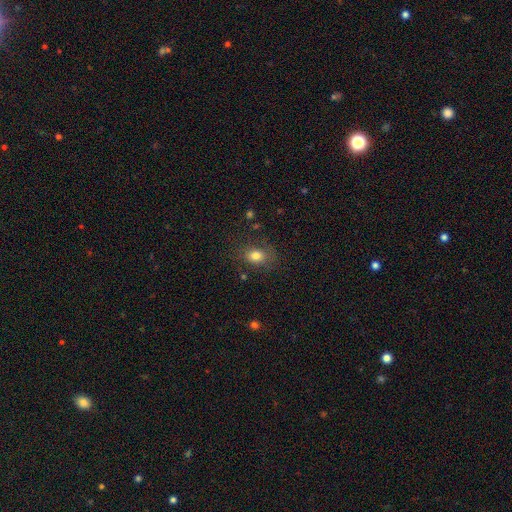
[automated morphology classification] smooth_or_featured: smooth (p=0.79) [alt: star or artifact p=0.12]
how_rounded: in between (p=0.57) [alt: round p=0.41]
merging: none (p=0.76) [alt: minor disturbance p=0.16]